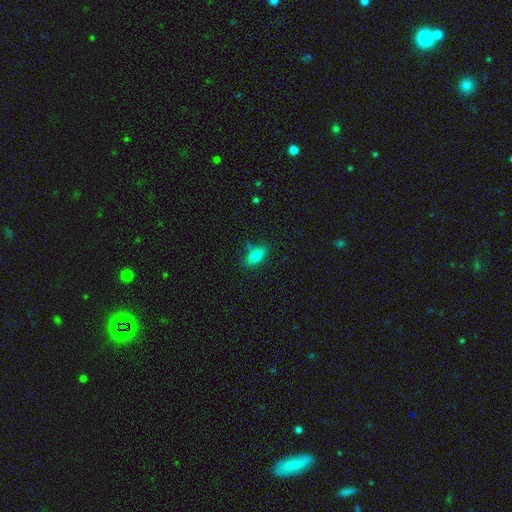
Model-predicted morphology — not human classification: Smooth or featured? Predicted: smooth (p=0.79). How rounded? Predicted: in between (p=0.85). Merging? Predicted: none (p=0.74).